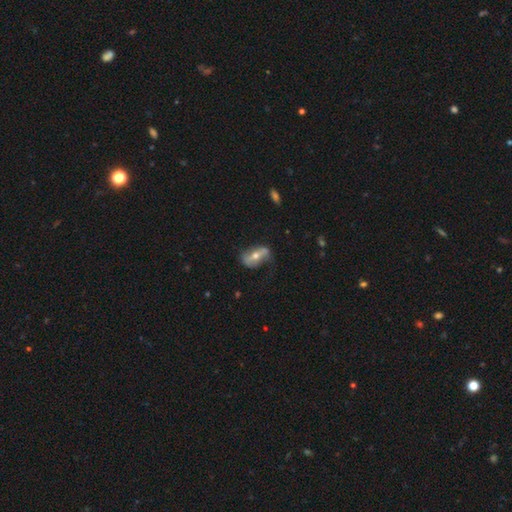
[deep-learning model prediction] This appears to be a featured or disk galaxy (61%) with a strong bar (51%), spiral arms (63%) and a moderate central bulge (62%). Merging: none (58%).